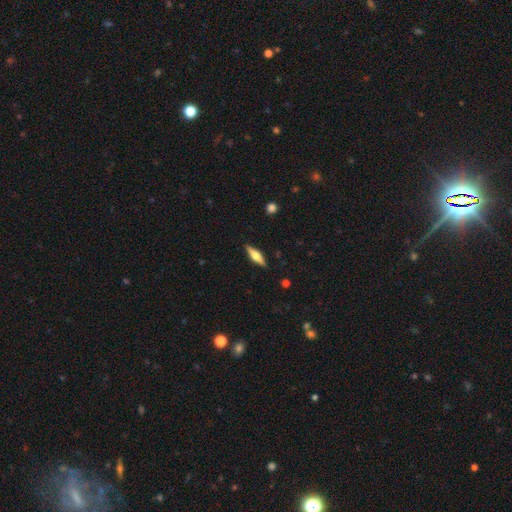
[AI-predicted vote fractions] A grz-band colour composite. It shows a featured or disk galaxy (54%) viewed edge-on (96%) with a rounded central bulge (90%). Merging: none (90%).